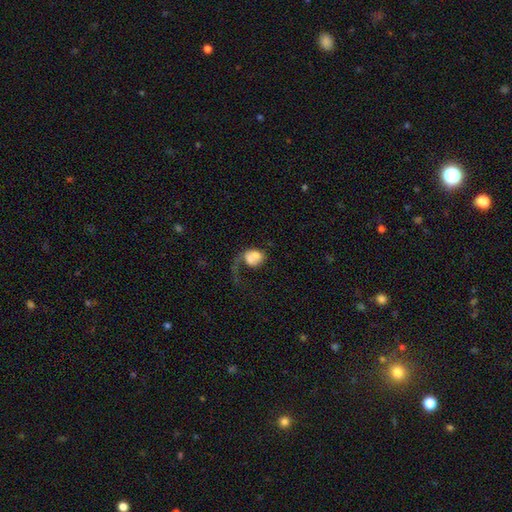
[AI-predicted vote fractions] smooth 54%, featured or disk 37%, star or artifact 9%. Down the decision tree: how rounded — in between (52%); merging — merger (39%).